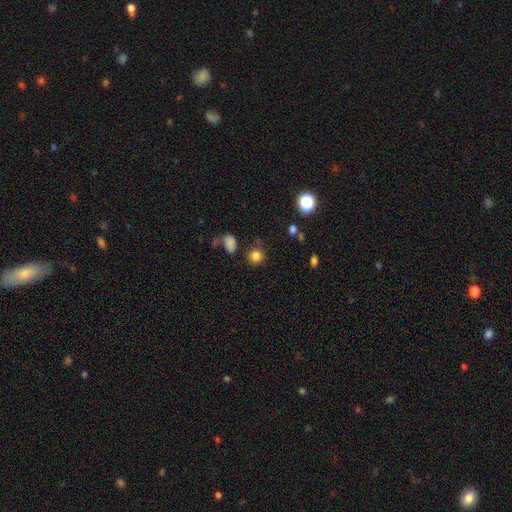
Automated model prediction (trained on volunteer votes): This appears to be a smooth galaxy with no disk features (81%) that is round (84%). Merging: none (75%).